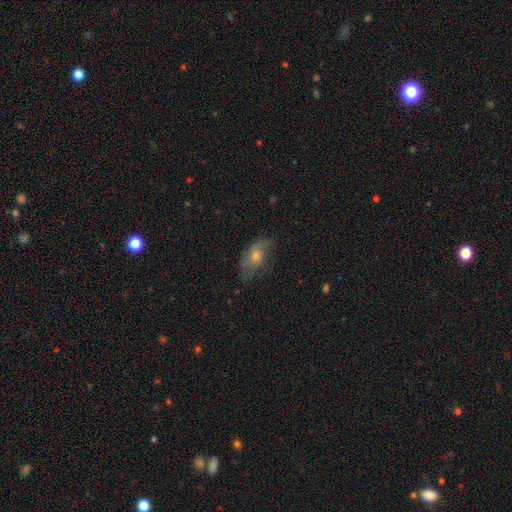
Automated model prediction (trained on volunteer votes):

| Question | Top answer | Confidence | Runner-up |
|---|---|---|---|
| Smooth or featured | featured or disk | 46% | smooth (44%) |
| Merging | none | 57% | minor disturbance (27%) |